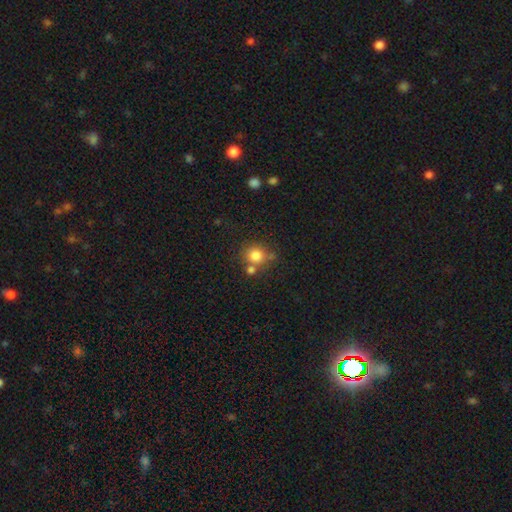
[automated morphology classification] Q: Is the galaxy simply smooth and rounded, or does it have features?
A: smooth — 80%.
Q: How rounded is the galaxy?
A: round — 85%.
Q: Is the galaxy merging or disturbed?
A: none — 58%.